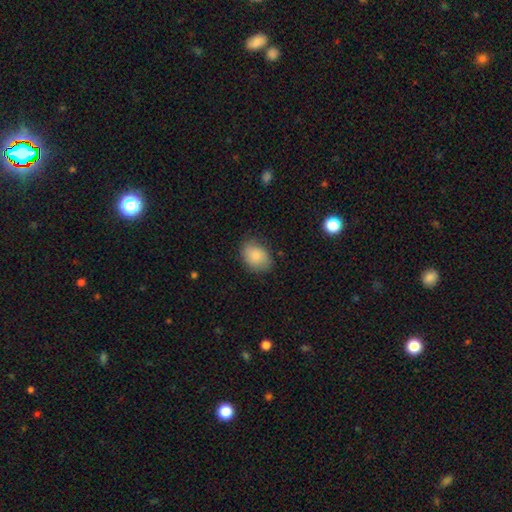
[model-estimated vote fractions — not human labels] smooth 83%, featured or disk 10%, star or artifact 7%. Down the decision tree: how rounded — in between (70%); merging — none (76%).